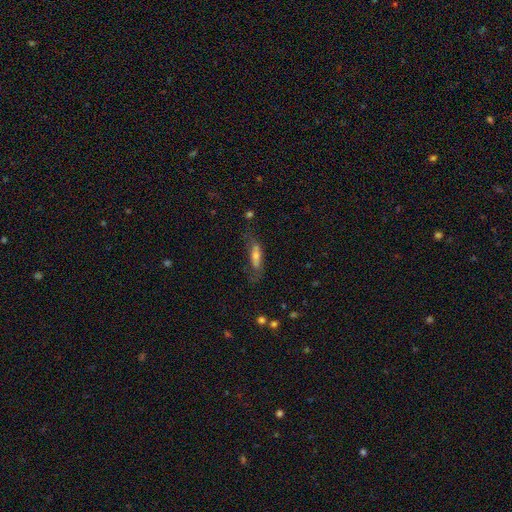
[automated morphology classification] Smooth or featured?
  - smooth: 50% *
  - featured or disk: 40%
  - star or artifact: 10%
How rounded?
  - cigar-shaped: 54% *
  - in between: 43%
  - round: 3%
Merging?
  - none: 54% *
  - minor disturbance: 24%
  - major disturbance: 18%
  - merger: 4%